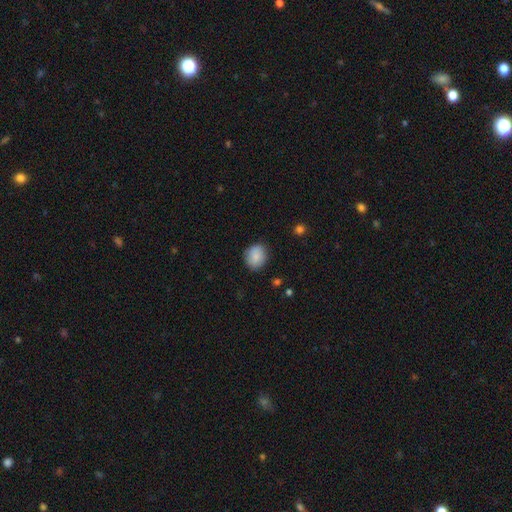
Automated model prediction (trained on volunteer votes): The model was most divided on "how rounded": round: 63%, in between: 36%, cigar-shaped: 1%. More confident: smooth or featured — smooth (85%); merging — none (83%).